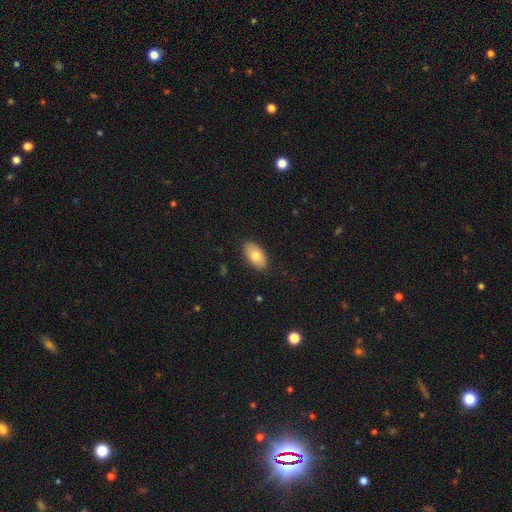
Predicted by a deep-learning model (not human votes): This appears to be a smooth galaxy with no disk features (78%) that is in between round and cigar-shaped (94%). Merging: none (87%).